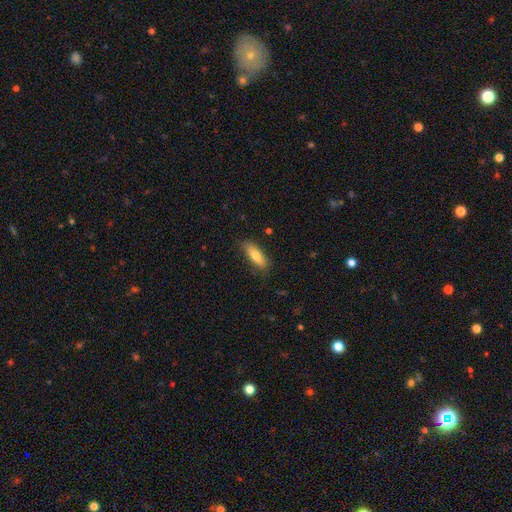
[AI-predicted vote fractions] A smooth galaxy with no disk features (75%) that is in between round and cigar-shaped (55%). Merging: none (80%).